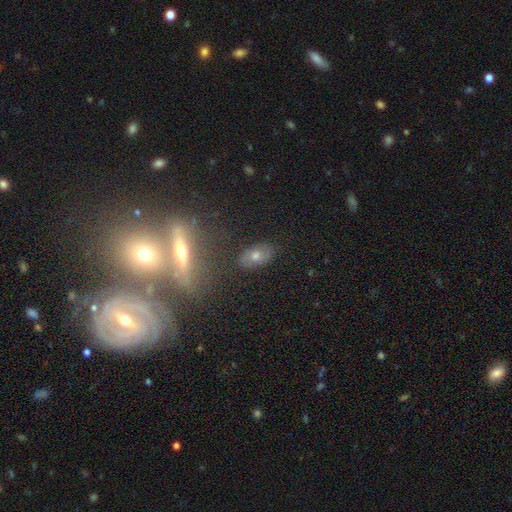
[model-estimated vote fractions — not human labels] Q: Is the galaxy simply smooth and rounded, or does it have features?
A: smooth — 44%.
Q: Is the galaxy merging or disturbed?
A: none — 78%.